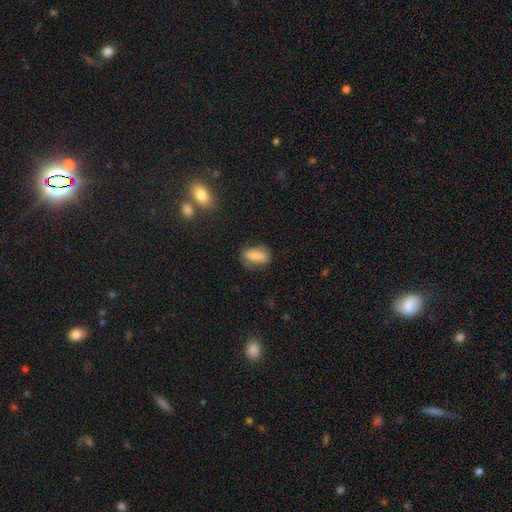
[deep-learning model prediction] Smooth or featured?
  - smooth: 78% *
  - featured or disk: 14%
  - star or artifact: 8%
How rounded?
  - in between: 84% *
  - round: 9%
  - cigar-shaped: 7%
Merging?
  - none: 74% *
  - minor disturbance: 19%
  - major disturbance: 6%
  - merger: 1%